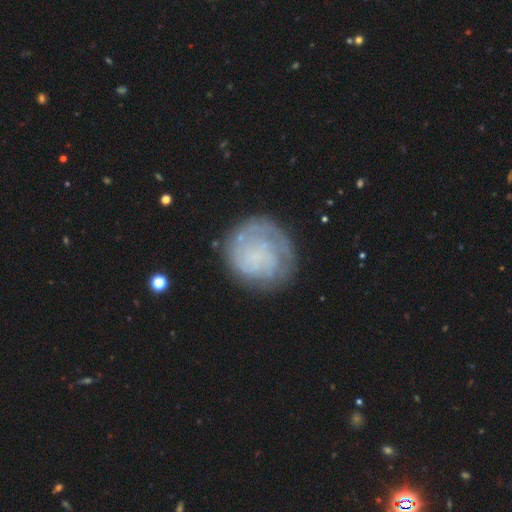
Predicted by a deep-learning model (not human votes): This appears to be a featured or disk galaxy (61%) with no bar (80%), spiral arms (79%) and no central bulge (66%). Merging: none (72%).